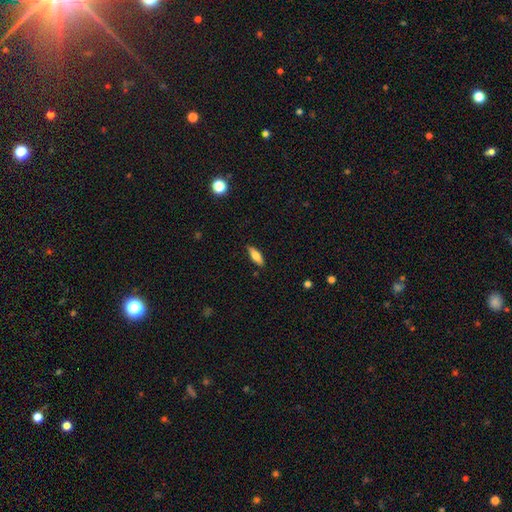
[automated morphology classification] A smooth galaxy with no disk features (72%) that is in between round and cigar-shaped (59%). Merging: none (86%).